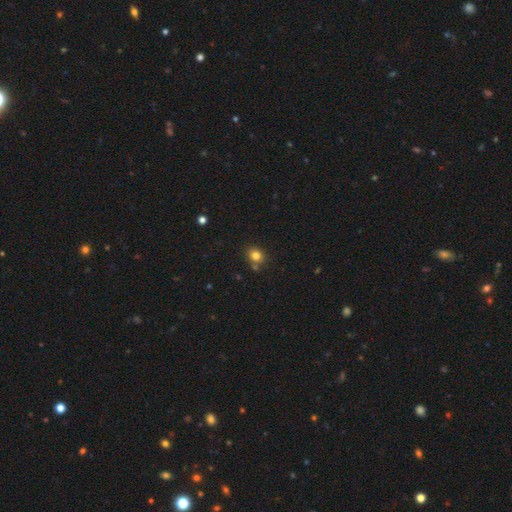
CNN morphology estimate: smooth-or-featured: smooth: 80% | star or artifact: 13% | featured or disk: 7%
  how-rounded: round: 72% | in between: 27% | cigar-shaped: 1%
  merging: none: 75% | minor disturbance: 11% | merger: 11% | major disturbance: 3%